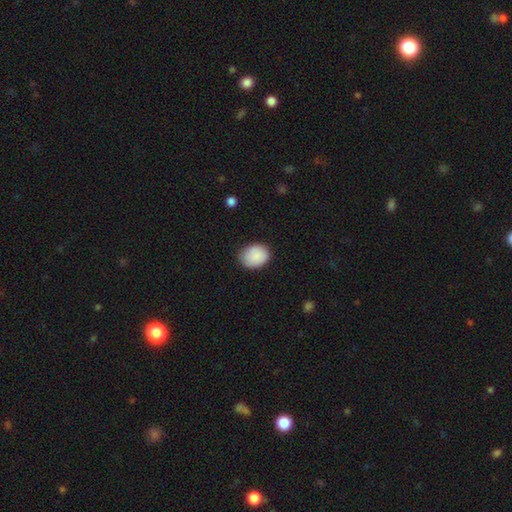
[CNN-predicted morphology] Smooth or featured?
  - smooth: 89% *
  - star or artifact: 7%
  - featured or disk: 4%
How rounded?
  - in between: 56% *
  - round: 43%
  - cigar-shaped: 1%
Merging?
  - none: 81% *
  - minor disturbance: 15%
  - major disturbance: 3%
  - merger: 1%